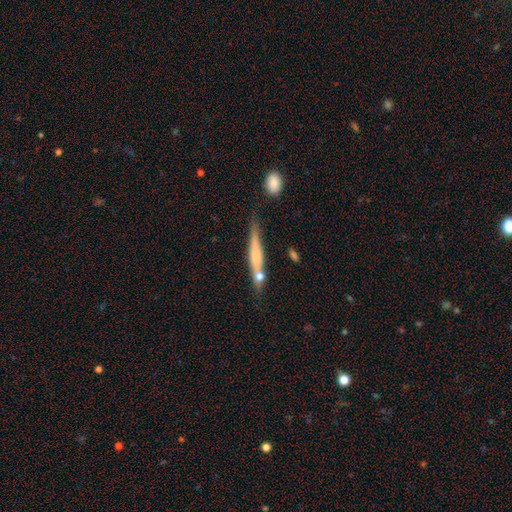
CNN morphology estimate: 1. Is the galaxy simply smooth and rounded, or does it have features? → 48% smooth, 45% featured or disk, 7% star or artifact.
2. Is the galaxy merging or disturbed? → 66% none, 17% minor disturbance, 12% merger, 5% major disturbance.